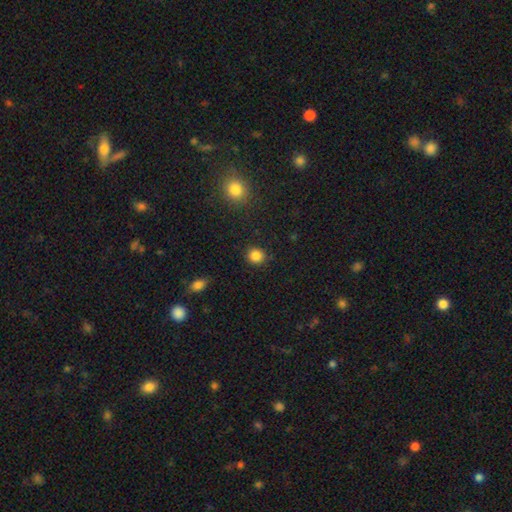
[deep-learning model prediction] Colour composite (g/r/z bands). It shows a smooth galaxy with no disk features (86%) that is round (86%). Merging: none (90%).